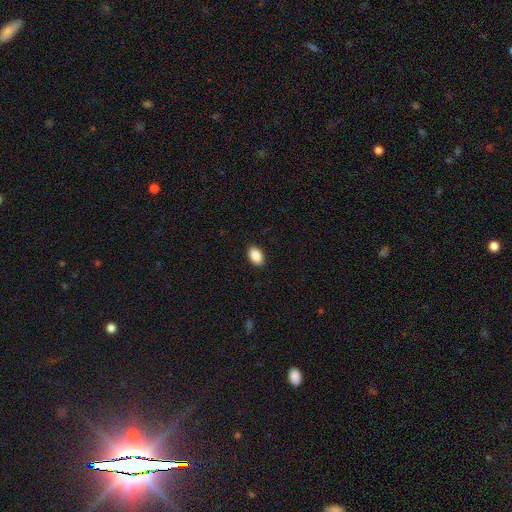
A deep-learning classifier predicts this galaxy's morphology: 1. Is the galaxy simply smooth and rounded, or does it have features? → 89% smooth, 7% star or artifact, 4% featured or disk.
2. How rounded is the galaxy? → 91% in between, 8% round, 1% cigar-shaped.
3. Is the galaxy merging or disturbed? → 90% none, 7% minor disturbance, 2% major disturbance, 1% merger.